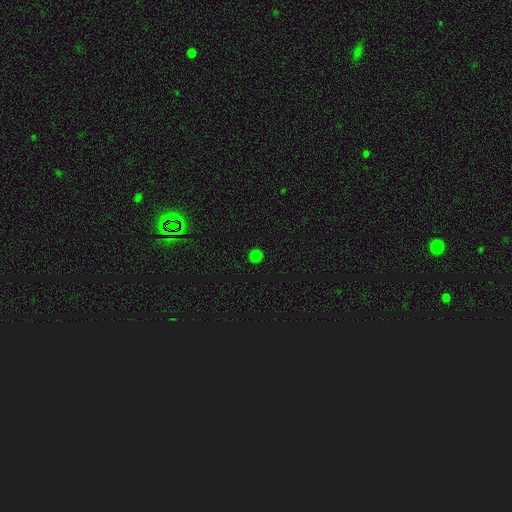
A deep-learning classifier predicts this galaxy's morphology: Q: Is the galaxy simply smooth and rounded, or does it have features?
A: smooth — 78%.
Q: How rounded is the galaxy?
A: round — 93%.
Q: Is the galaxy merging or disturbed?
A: none — 91%.